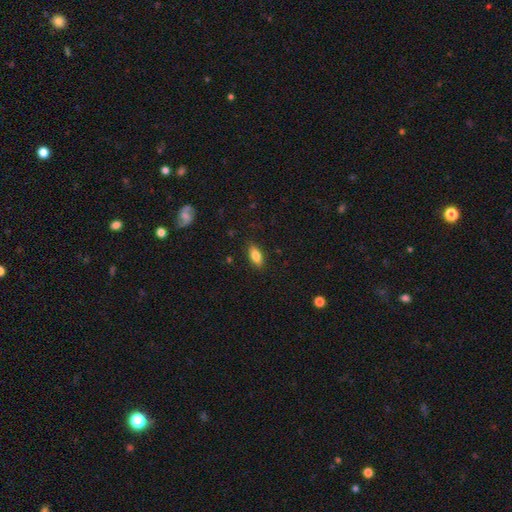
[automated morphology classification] smooth_or_featured: smooth (p=0.81) [alt: featured or disk p=0.11]
how_rounded: in between (p=0.82) [alt: cigar-shaped p=0.15]
merging: none (p=0.87) [alt: minor disturbance p=0.10]